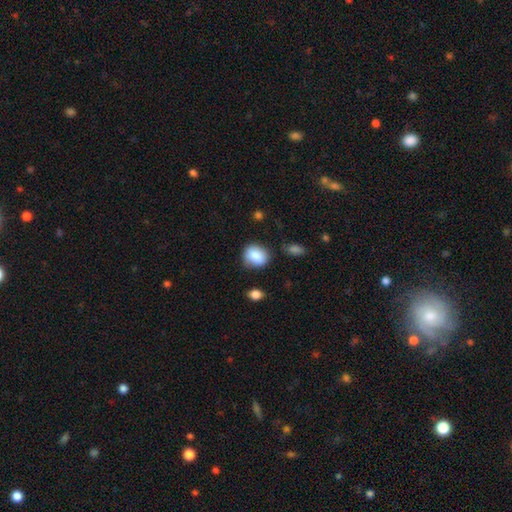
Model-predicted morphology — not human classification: Smooth or featured? Predicted: smooth (p=0.84). How rounded? Predicted: round (p=0.64). Merging? Predicted: none (p=0.74).